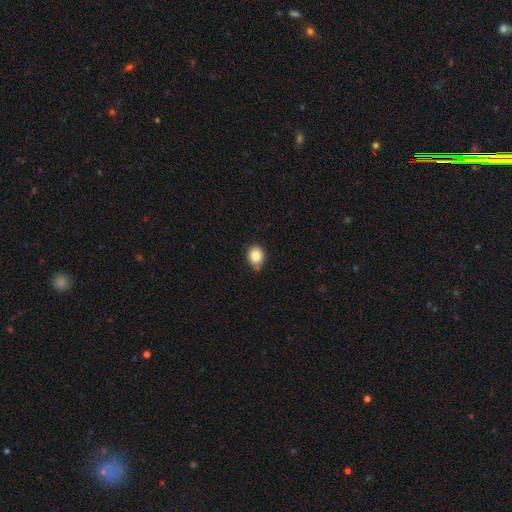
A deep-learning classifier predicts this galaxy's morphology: smooth 85%, star or artifact 10%, featured or disk 5%. Down the decision tree: how rounded — round (68%); merging — none (75%).